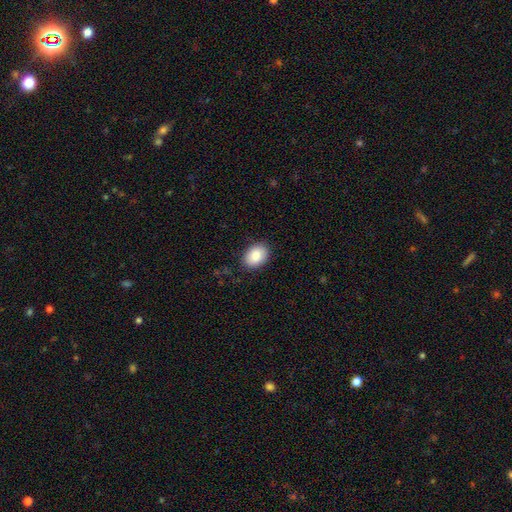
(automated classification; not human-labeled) smooth-or-featured: smooth: 88% | star or artifact: 7% | featured or disk: 5%
  how-rounded: in between: 78% | round: 21% | cigar-shaped: 1%
  merging: none: 86% | minor disturbance: 11% | major disturbance: 2% | merger: 1%